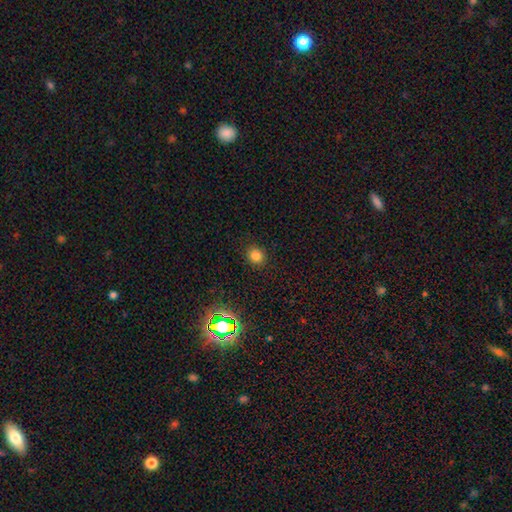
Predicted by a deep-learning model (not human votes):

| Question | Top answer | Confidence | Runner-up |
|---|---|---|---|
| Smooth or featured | smooth | 79% | star or artifact (16%) |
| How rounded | round | 84% | in between (15%) |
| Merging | none | 90% | minor disturbance (6%) |